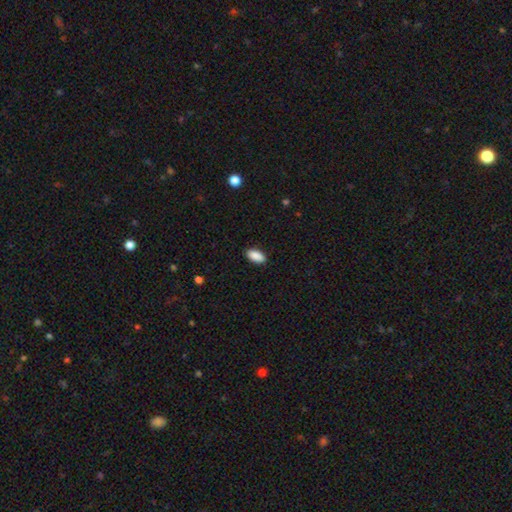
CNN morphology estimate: Smooth or featured? smooth (90%)
How rounded? in between (93%)
Merging? none (89%)